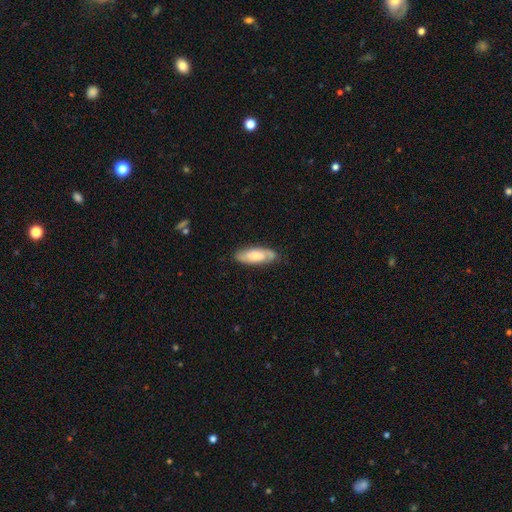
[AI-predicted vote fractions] smooth_or_featured: smooth (p=0.53) [alt: featured or disk p=0.41]
how_rounded: in between (p=0.69) [alt: cigar-shaped p=0.29]
merging: none (p=0.76) [alt: minor disturbance p=0.18]